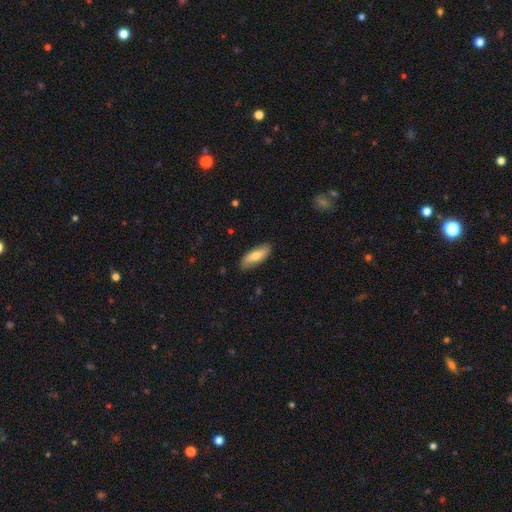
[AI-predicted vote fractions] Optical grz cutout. It shows a smooth galaxy with no disk features (64%) that is in between round and cigar-shaped (64%). Merging: none (85%).